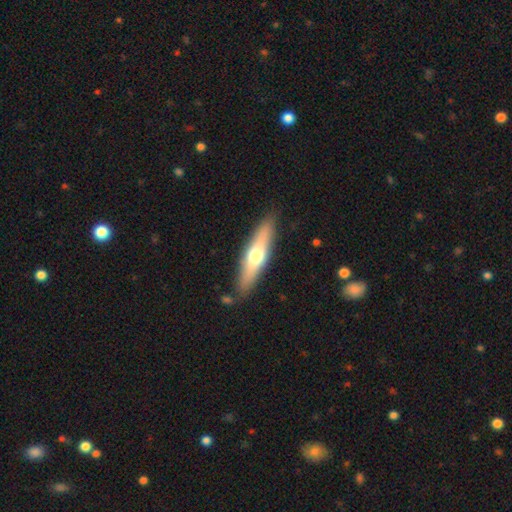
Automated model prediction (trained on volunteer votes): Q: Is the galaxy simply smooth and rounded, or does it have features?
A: smooth — 52%.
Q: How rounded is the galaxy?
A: cigar-shaped — 73%.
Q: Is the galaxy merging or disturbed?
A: none — 85%.